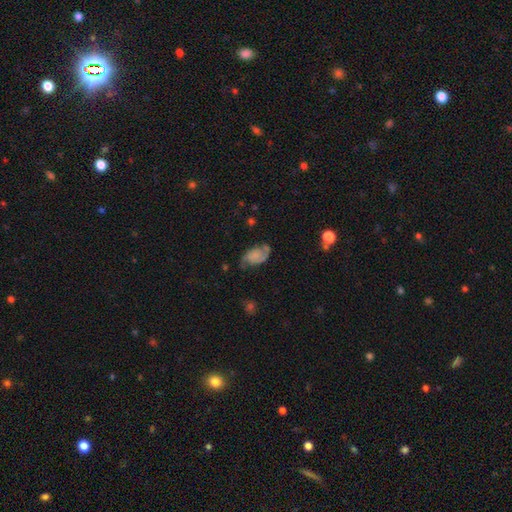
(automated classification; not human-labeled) Morphology: type=featured or disk (52%); edge-on=no (97%); bar=no (74%); spiral arms=yes (86%); bulge=none (46%); merging=none (53%).